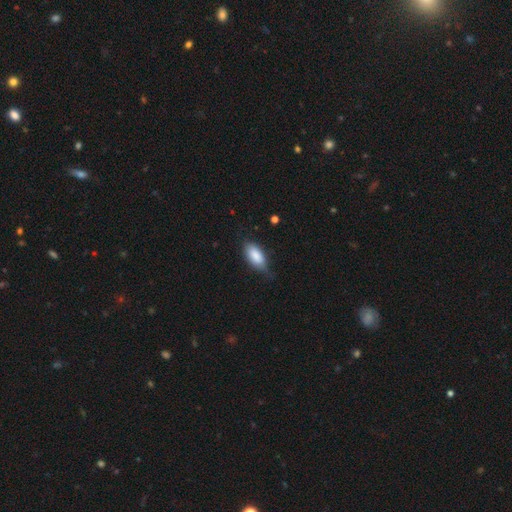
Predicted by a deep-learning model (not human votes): Q: Smooth or featured?
A: smooth (84%); runner-up: featured or disk (10%)
Q: How rounded?
A: in between (91%); runner-up: cigar-shaped (7%)
Q: Merging?
A: none (55%); runner-up: minor disturbance (35%)